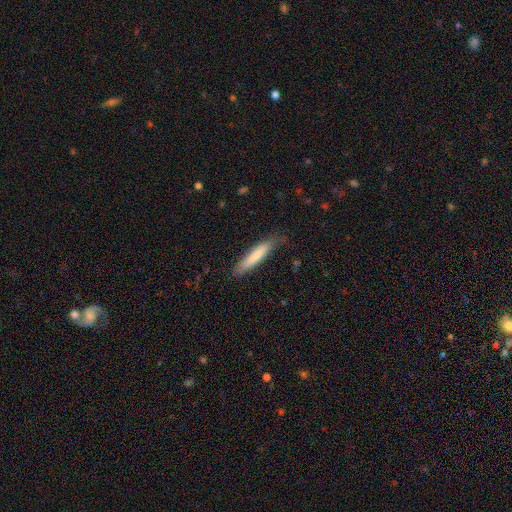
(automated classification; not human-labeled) This appears to be a smooth galaxy with no disk features (77%) that is cigar-shaped (89%). Merging: none (78%).